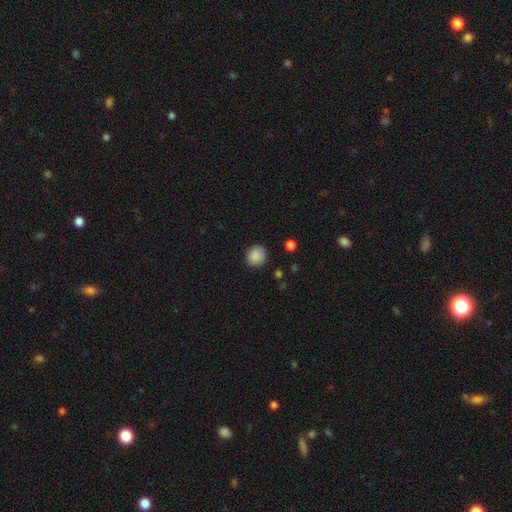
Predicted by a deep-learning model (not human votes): smooth 88%, star or artifact 8%, featured or disk 3%. Down the decision tree: how rounded — round (87%); merging — none (88%).